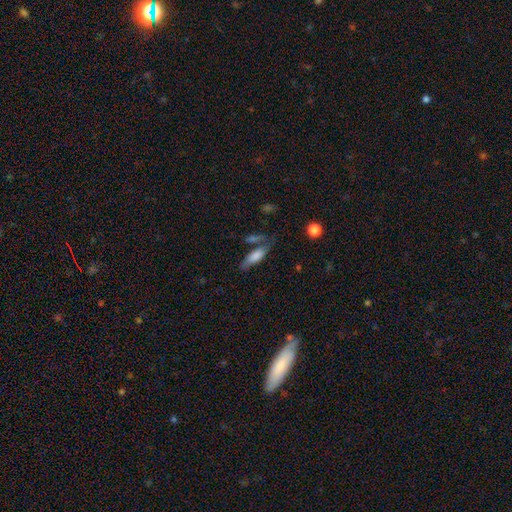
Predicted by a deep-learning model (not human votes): The model was most divided on "how rounded": in between: 57%, cigar-shaped: 41%, round: 2%. More confident: smooth or featured — smooth (72%); merging — none (53%).